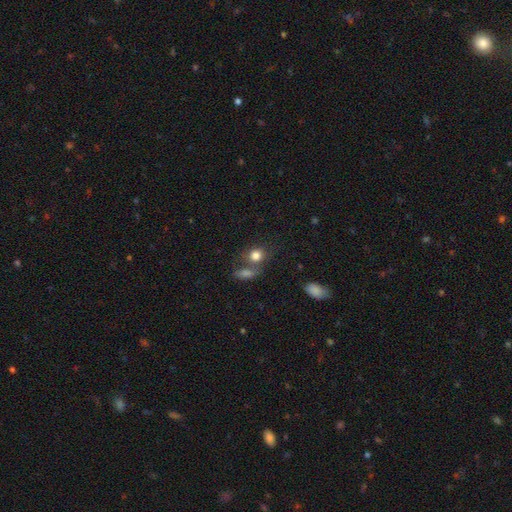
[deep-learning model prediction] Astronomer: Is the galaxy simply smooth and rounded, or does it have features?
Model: smooth — 81%.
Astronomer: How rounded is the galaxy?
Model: round — 67%.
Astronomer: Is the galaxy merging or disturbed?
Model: none — 50% (runner-up: merger, 32%).